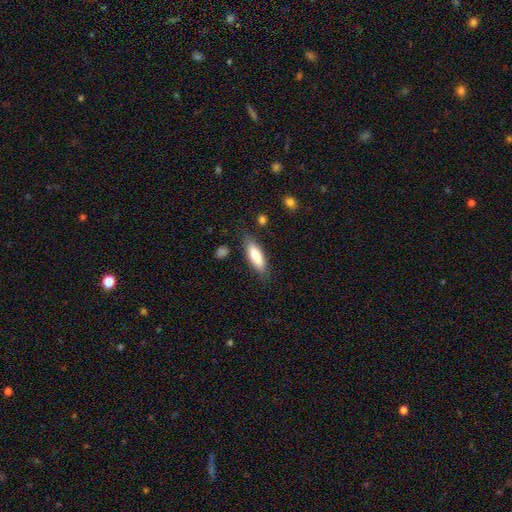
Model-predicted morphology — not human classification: Smooth or featured? smooth (83%)
How rounded? in between (51%)
Merging? none (80%)